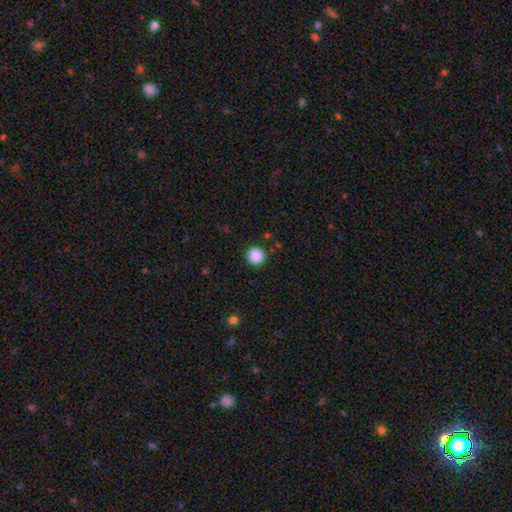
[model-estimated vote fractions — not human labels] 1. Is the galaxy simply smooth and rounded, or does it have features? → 88% smooth, 9% star or artifact, 3% featured or disk.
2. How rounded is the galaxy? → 96% round, 3% in between, 1% cigar-shaped.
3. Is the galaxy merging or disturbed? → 92% none, 5% minor disturbance, 2% major disturbance, 1% merger.